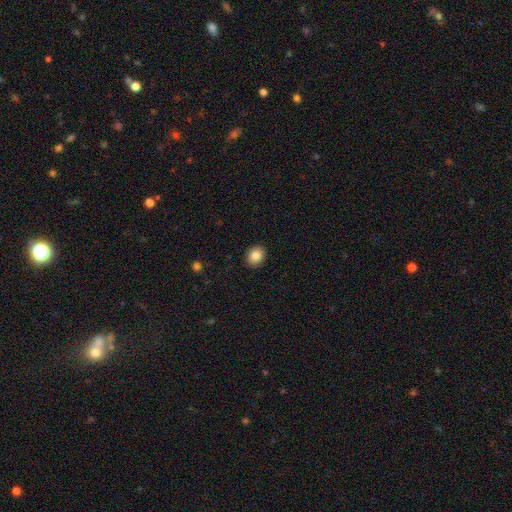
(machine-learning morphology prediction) type=smooth (85%); roundness=round (60%); merging=none (90%).